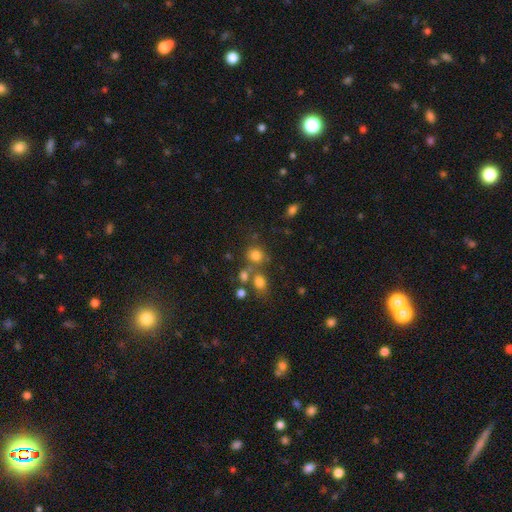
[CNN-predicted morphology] A smooth galaxy with no disk features (75%) that is round (77%). Merging: none (58%).